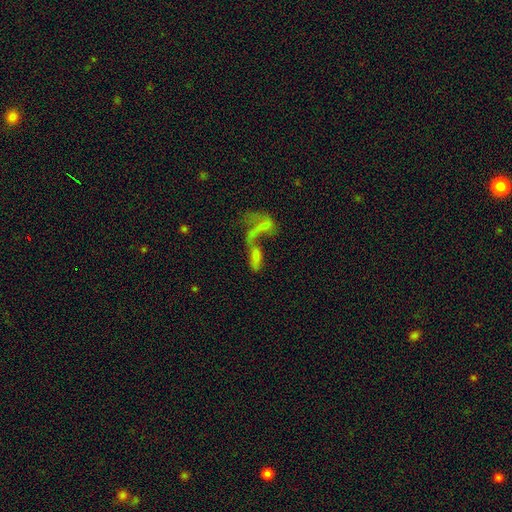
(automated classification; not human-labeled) smooth_or_featured: smooth (p=0.44) [alt: featured or disk p=0.40]
merging: merger (p=0.68) [alt: none p=0.14]